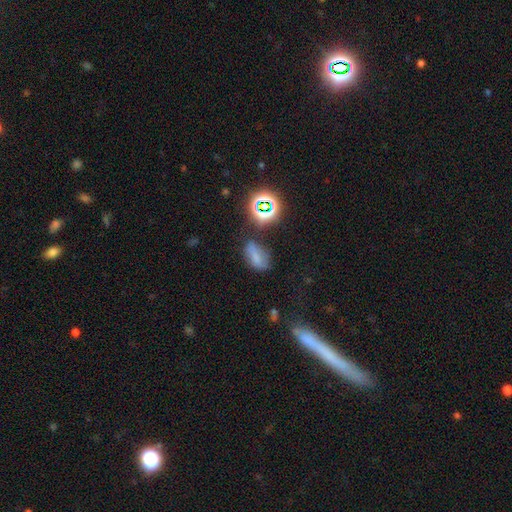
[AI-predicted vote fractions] This appears to be a smooth galaxy with no disk features (56%) that is in between round and cigar-shaped (83%). Merging: none (53%).